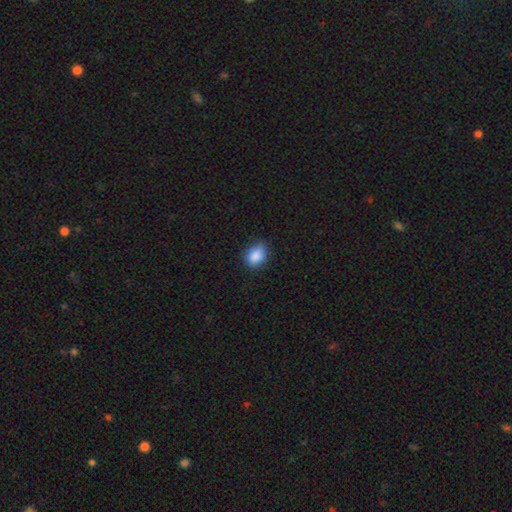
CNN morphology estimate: Smooth or featured: smooth — 87% (star or artifact — 8%)
How rounded: in between — 60% (round — 39%)
Merging: none — 69% (minor disturbance — 26%)